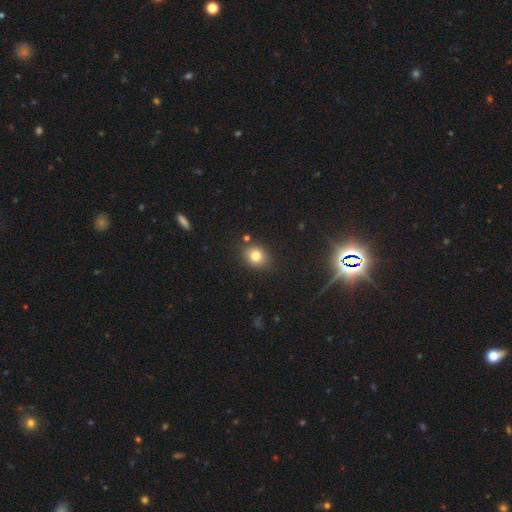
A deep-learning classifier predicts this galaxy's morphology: Smooth or featured: smooth — 79% (star or artifact — 12%)
How rounded: round — 61% (in between — 38%)
Merging: none — 84% (minor disturbance — 10%)